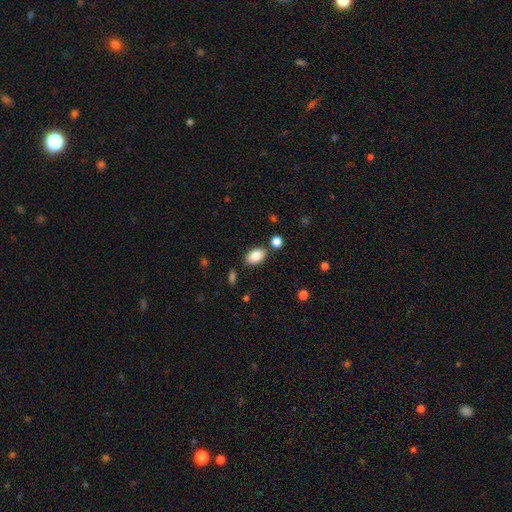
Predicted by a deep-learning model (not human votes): This is clearly a smooth galaxy (87%). How rounded: clearly in between (92%). Merging: clearly none (81%).